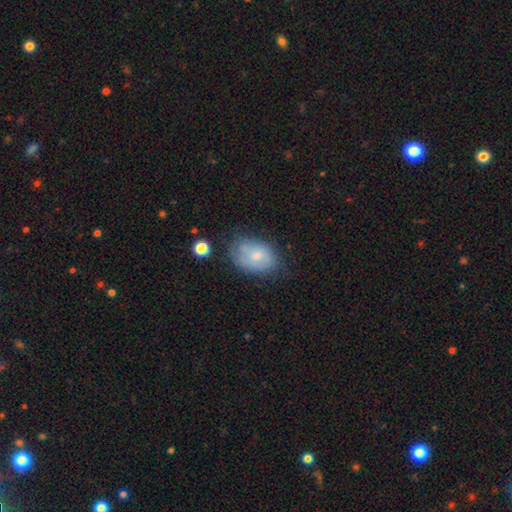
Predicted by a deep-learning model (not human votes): This is likely a smooth galaxy (66%). How rounded: clearly in between (83%). Merging: possibly none (59%).